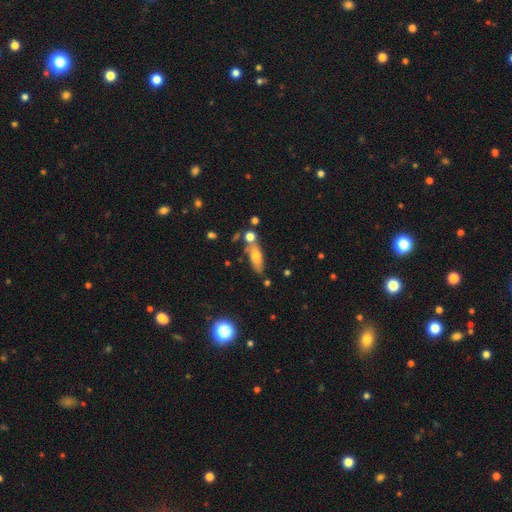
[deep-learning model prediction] Morphology: type=smooth (63%); roundness=in between (58%); merging=none (59%).